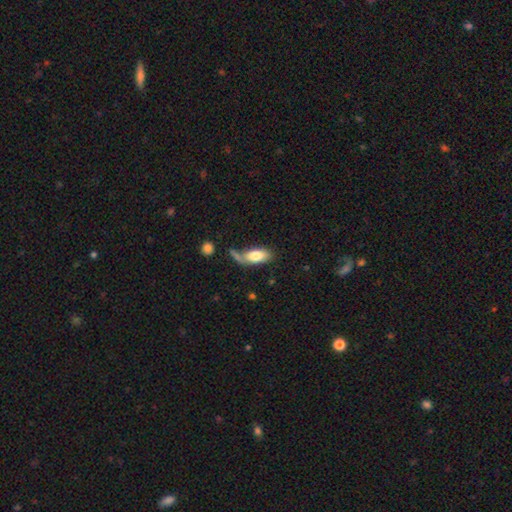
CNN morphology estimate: A smooth galaxy with no disk features (77%) that is in between round and cigar-shaped (88%). Merging: none (47%).